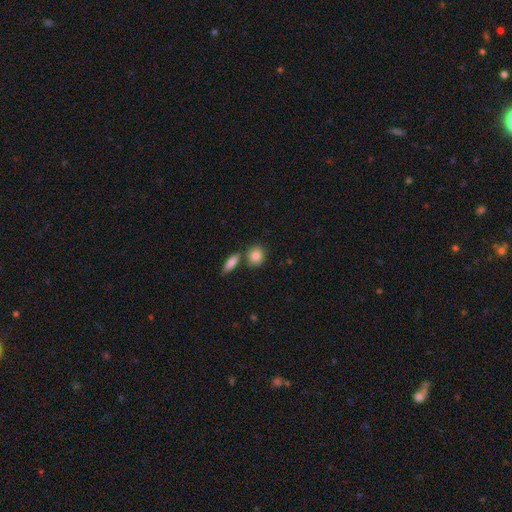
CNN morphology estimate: Smooth or featured: smooth — 84% (featured or disk — 8%)
How rounded: round — 68% (in between — 28%)
Merging: none — 66% (merger — 20%)